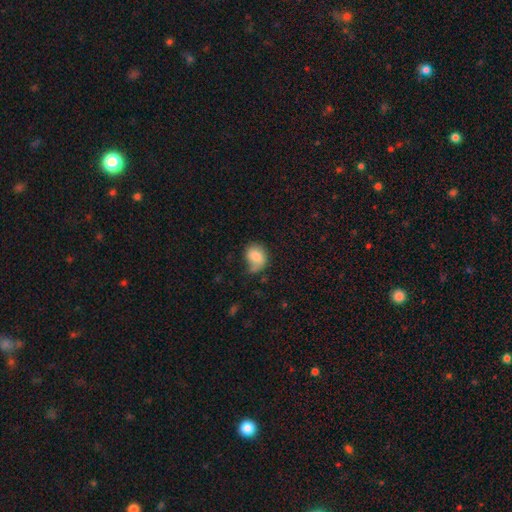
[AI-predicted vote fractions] Smooth or featured: smooth — 78% (featured or disk — 13%)
How rounded: in between — 53% (round — 46%)
Merging: none — 41% (minor disturbance — 31%)